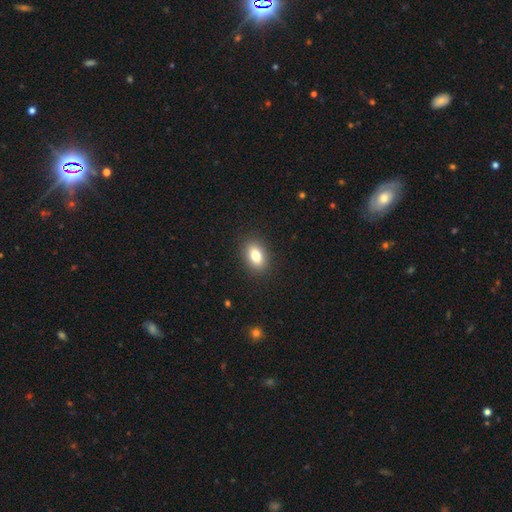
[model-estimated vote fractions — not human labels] Smooth or featured?
  - smooth: 81% *
  - featured or disk: 10%
  - star or artifact: 9%
How rounded?
  - in between: 83% *
  - round: 15%
  - cigar-shaped: 2%
Merging?
  - none: 89% *
  - minor disturbance: 7%
  - major disturbance: 2%
  - merger: 1%